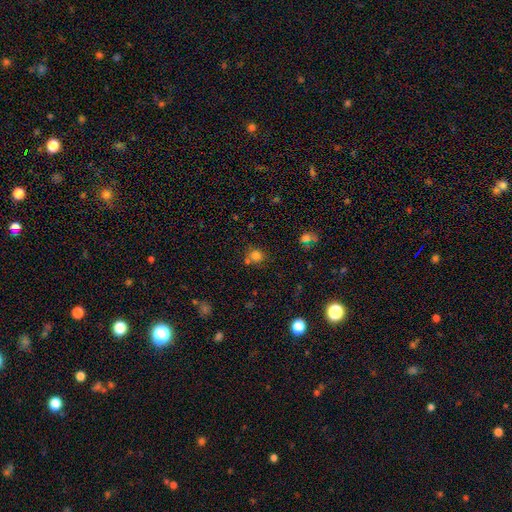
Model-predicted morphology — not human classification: A smooth galaxy with no disk features (77%) that is round (87%).

Vote fractions:
- Smooth or featured? smooth: 77% / star or artifact: 16% / featured or disk: 7%
- How rounded? round: 87% / in between: 12% / cigar-shaped: 1%
- Merging? none: 64% / merger: 21% / minor disturbance: 11% / major disturbance: 4%